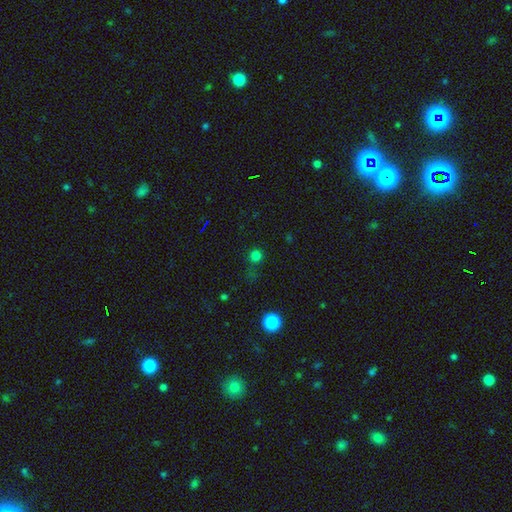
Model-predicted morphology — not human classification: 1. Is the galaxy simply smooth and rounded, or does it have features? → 71% smooth, 25% star or artifact, 4% featured or disk.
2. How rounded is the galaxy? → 93% round, 6% in between, 1% cigar-shaped.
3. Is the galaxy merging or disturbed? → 77% none, 12% minor disturbance, 6% major disturbance, 5% merger.